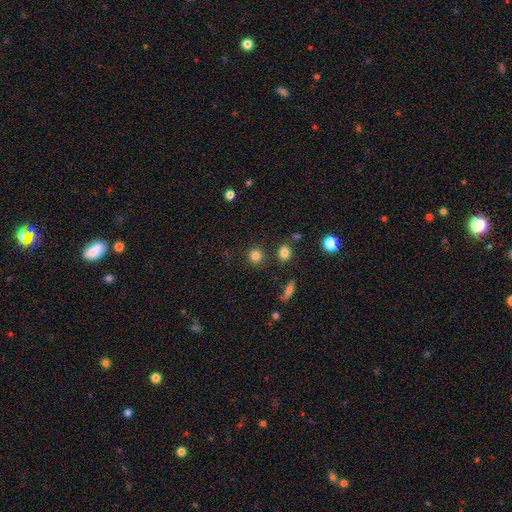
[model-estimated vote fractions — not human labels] Smooth or featured? smooth (82%)
How rounded? round (91%)
Merging? none (85%)